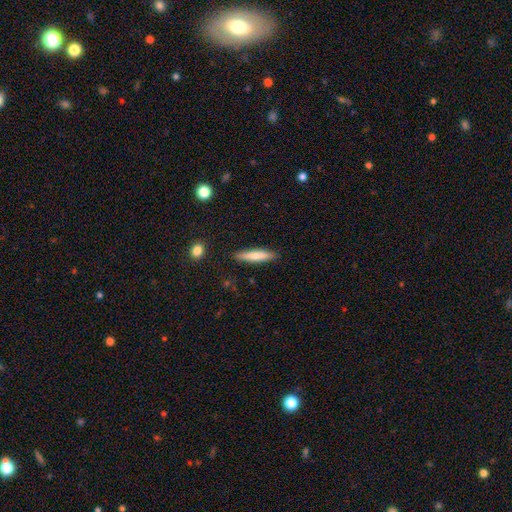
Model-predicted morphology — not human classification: Smooth or featured: smooth — 68% (featured or disk — 26%)
How rounded: cigar-shaped — 87% (in between — 12%)
Merging: none — 89% (minor disturbance — 8%)